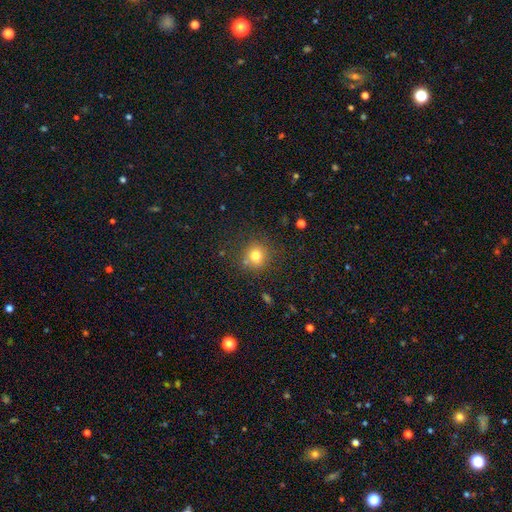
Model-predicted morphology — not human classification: A smooth galaxy with no disk features (77%) that is round (88%). Merging: none (79%).